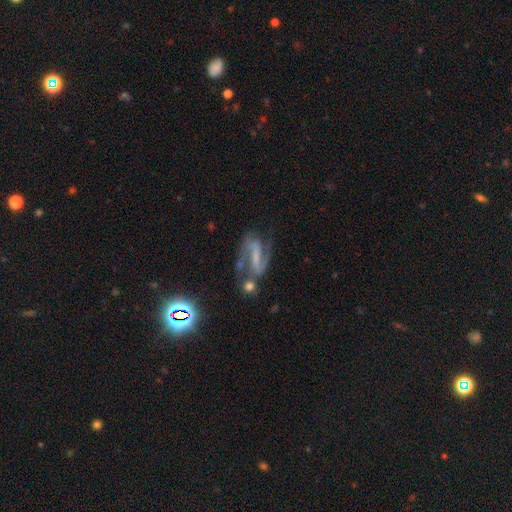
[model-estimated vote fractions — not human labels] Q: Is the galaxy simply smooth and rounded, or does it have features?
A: featured or disk — 79%.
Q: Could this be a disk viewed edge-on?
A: no — 95%.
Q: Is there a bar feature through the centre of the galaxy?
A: strong — 56%.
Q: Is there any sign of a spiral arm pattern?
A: yes — 91%.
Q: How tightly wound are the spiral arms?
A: medium — 43%.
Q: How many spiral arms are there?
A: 2 — 89%.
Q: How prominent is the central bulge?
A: none — 47%.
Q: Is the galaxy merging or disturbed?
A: none — 52%.